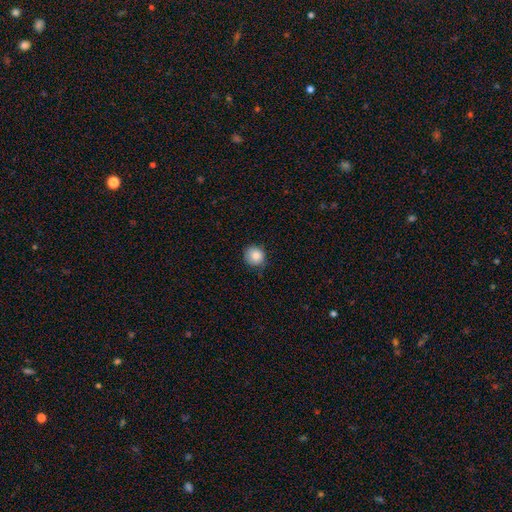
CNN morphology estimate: Overall: smooth (86%). How rounded: round (88%). Merging: none (79%).